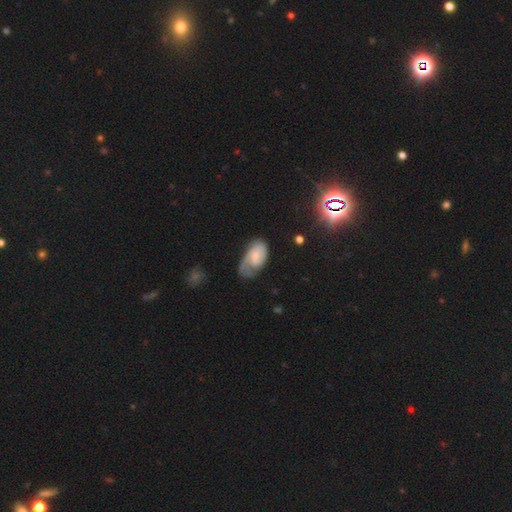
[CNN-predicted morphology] Q: Smooth or featured?
A: featured or disk (53%); runner-up: smooth (40%)
Q: Edge-on disk?
A: no (95%); runner-up: yes (5%)
Q: Bar?
A: no (67%); runner-up: weak (28%)
Q: Spiral arms?
A: yes (81%); runner-up: no (19%)
Q: Bulge size?
A: small (53%); runner-up: moderate (28%)
Q: Merging?
A: none (37%); runner-up: minor disturbance (32%)